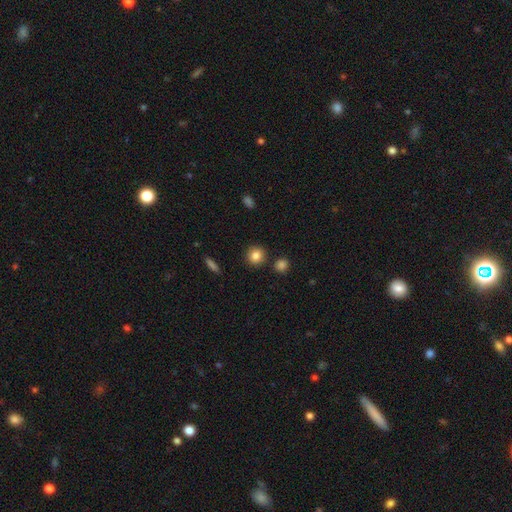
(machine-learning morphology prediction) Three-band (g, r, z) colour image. It shows a smooth galaxy with no disk features (84%) that is round (90%). Merging: none (87%).